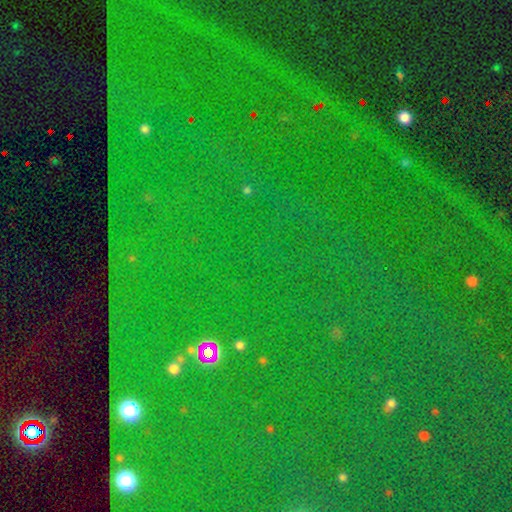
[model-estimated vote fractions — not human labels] The model was most divided on "smooth or featured": star or artifact: 83%, smooth: 10%, featured or disk: 7%.